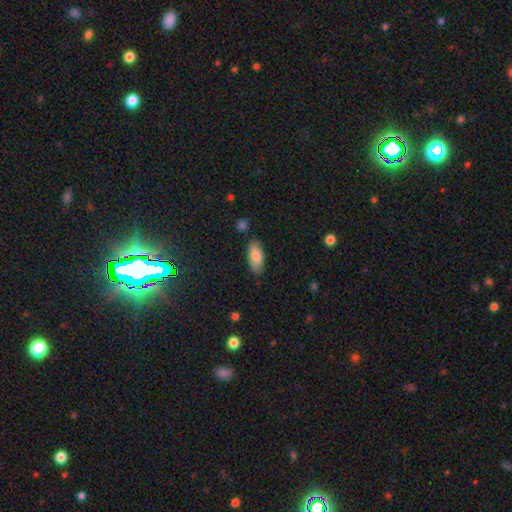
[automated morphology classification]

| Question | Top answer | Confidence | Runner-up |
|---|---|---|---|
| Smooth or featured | smooth | 83% | featured or disk (10%) |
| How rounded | in between | 87% | cigar-shaped (11%) |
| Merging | none | 82% | minor disturbance (12%) |